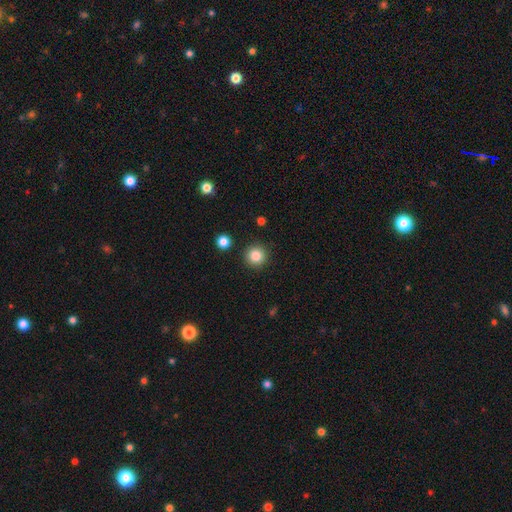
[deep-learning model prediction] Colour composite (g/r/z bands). It shows a smooth galaxy with no disk features (85%) that is round (95%). Merging: none (90%).